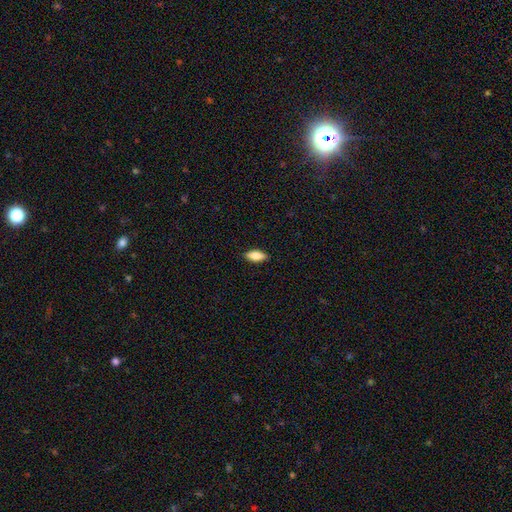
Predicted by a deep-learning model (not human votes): The model was most divided on "how rounded": in between: 84%, cigar-shaped: 14%, round: 2%. More confident: merging — none (89%); smooth or featured — smooth (85%).